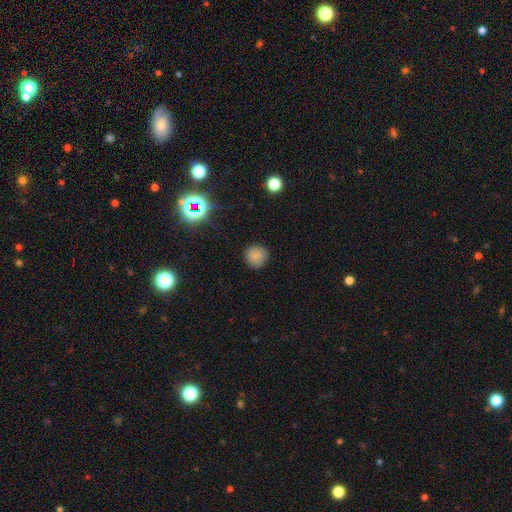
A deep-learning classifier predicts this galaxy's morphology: Smooth or featured: smooth — 77% (star or artifact — 14%)
How rounded: round — 91% (in between — 8%)
Merging: none — 85% (minor disturbance — 11%)